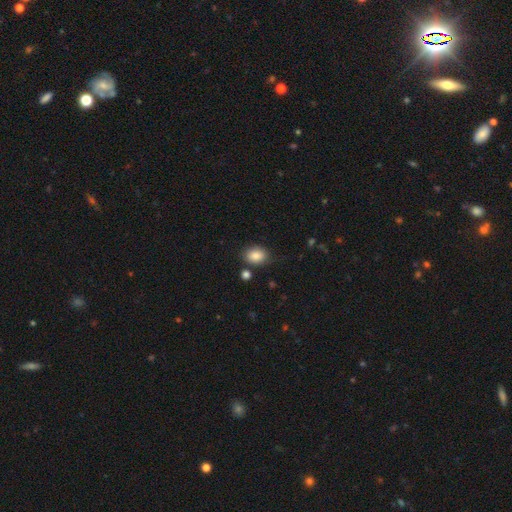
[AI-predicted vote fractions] The model was most divided on "how rounded": in between: 65%, round: 34%, cigar-shaped: 1%. More confident: smooth or featured — smooth (84%); merging — none (79%).